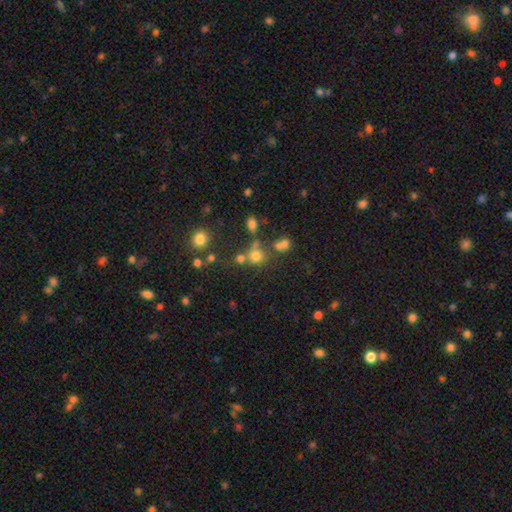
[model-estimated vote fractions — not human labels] Smooth or featured? Predicted: smooth (p=0.71). How rounded? Predicted: round (p=0.86). Merging? Predicted: none (p=0.58).